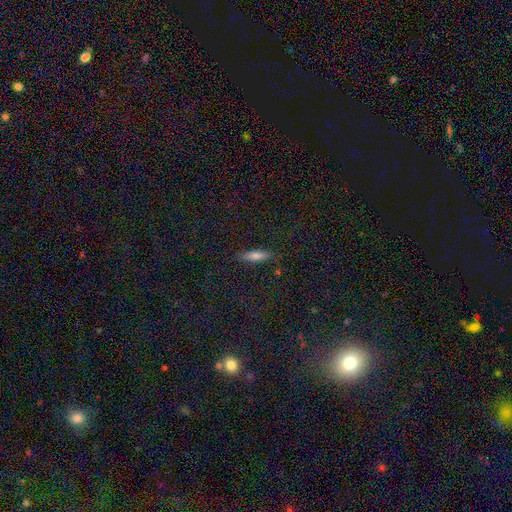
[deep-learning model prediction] A smooth galaxy with no disk features (69%) that is cigar-shaped (71%). Merging: none (87%).